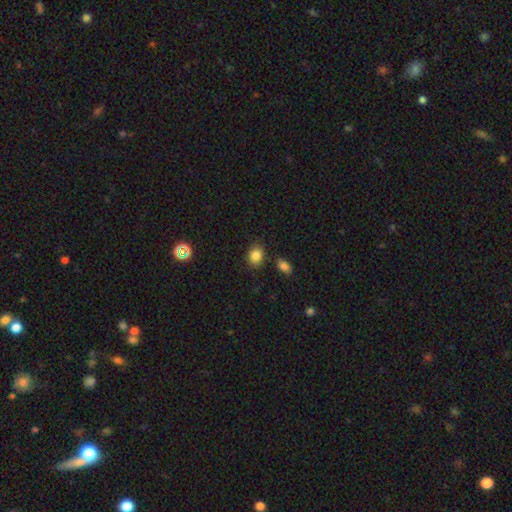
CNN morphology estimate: This appears to be a smooth galaxy with no disk features (84%) that is round (55%). Merging: none (82%).